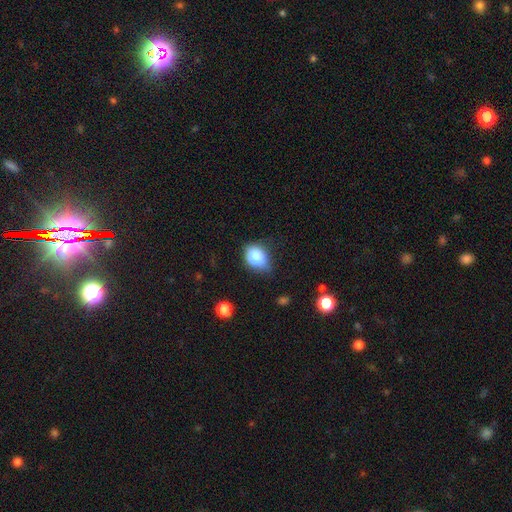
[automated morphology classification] type=smooth (81%); roundness=in between (55%); merging=none (47%).